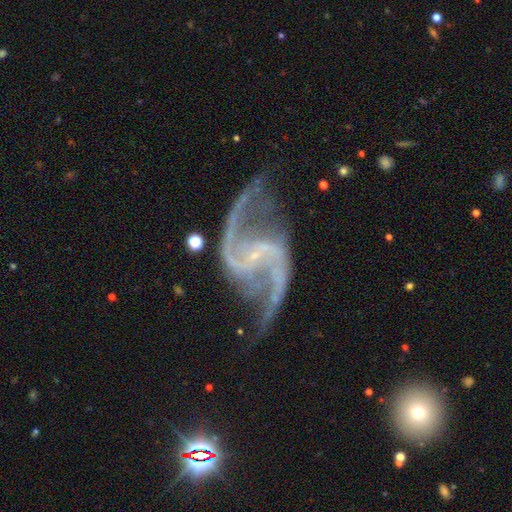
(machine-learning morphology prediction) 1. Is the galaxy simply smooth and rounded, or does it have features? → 93% featured or disk, 5% star or artifact, 2% smooth.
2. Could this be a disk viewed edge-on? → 98% no, 2% yes.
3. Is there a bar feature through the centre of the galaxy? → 41% weak, 33% no, 26% strong.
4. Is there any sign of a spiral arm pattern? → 98% yes, 2% no.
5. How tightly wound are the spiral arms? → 64% loose, 29% medium, 7% tight.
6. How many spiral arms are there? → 93% 2, 2% 3, 2% can't tell, 1% 1, 1% 4, 1% more than 4.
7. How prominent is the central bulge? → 80% small, 14% none, 5% moderate, 1% large, 1% dominant.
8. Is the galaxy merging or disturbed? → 67% none, 17% minor disturbance, 13% major disturbance, 4% merger.